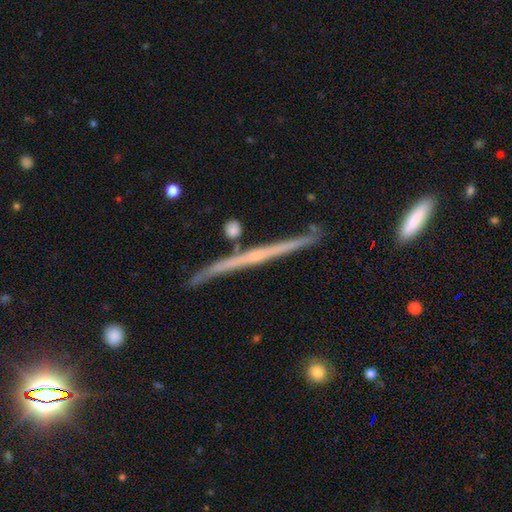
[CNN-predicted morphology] Smooth or featured? featured or disk (74%)
Edge-on disk? yes (98%)
Edge-on bulge? none (66%)
Merging? none (85%)